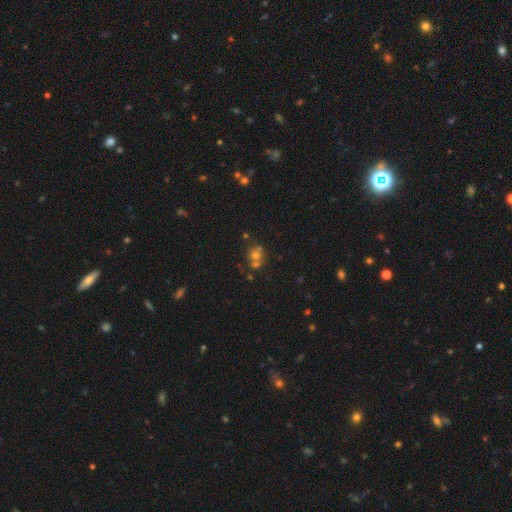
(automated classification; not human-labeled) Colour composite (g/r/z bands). It shows a smooth galaxy with no disk features (52%) that is round (78%). Merging: none (50%).